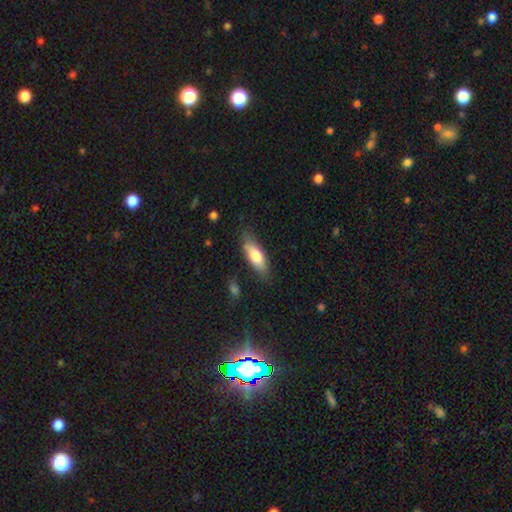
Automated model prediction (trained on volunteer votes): The model was most divided on "how rounded": in between: 65%, cigar-shaped: 33%, round: 2%. More confident: smooth or featured — smooth (76%); merging — none (74%).